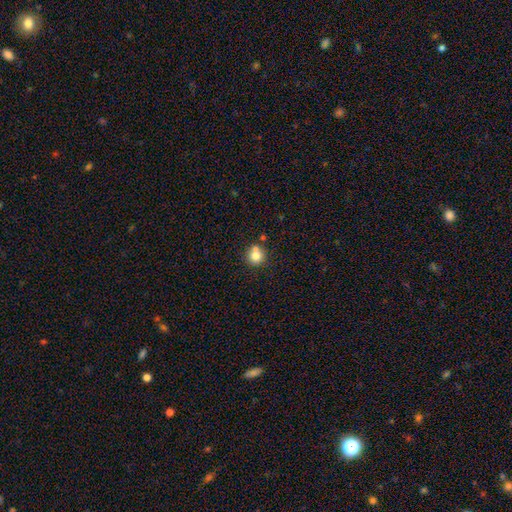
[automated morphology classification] Smooth or featured: smooth — 77% (star or artifact — 12%)
How rounded: round — 92% (in between — 7%)
Merging: none — 64% (merger — 26%)